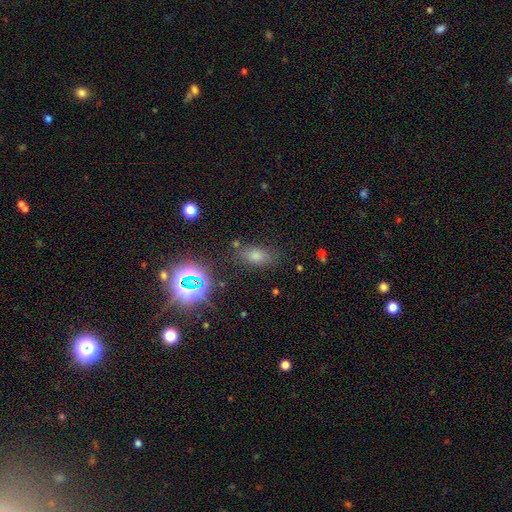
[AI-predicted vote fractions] Smooth or featured?
  - smooth: 56% *
  - star or artifact: 33%
  - featured or disk: 11%
How rounded?
  - in between: 79% *
  - round: 17%
  - cigar-shaped: 4%
Merging?
  - none: 78% *
  - minor disturbance: 13%
  - major disturbance: 4%
  - merger: 4%